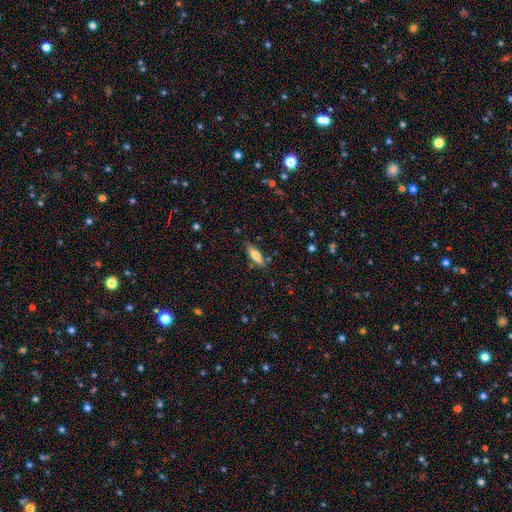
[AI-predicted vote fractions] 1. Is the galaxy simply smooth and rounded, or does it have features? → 65% smooth, 28% featured or disk, 7% star or artifact.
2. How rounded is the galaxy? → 53% cigar-shaped, 45% in between, 2% round.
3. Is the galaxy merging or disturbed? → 82% none, 13% minor disturbance, 3% major disturbance, 2% merger.